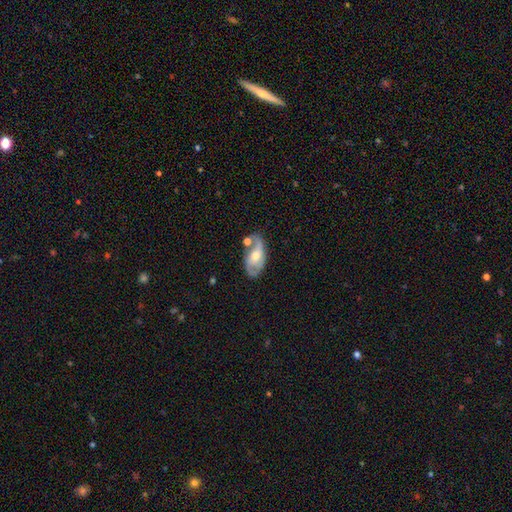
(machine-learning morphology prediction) smooth_or_featured: featured or disk (p=0.69) [alt: smooth p=0.24]
disk_edge_on: no (p=0.93) [alt: yes p=0.07]
bar: no (p=0.56) [alt: weak p=0.33]
has_spiral_arms: yes (p=0.84) [alt: no p=0.16]
spiral_winding: medium (p=0.44) [alt: loose p=0.34]
spiral_arm_count: 2 (p=0.74) [alt: can't tell p=0.12]
bulge_size: moderate (p=0.58) [alt: small p=0.36]
merging: none (p=0.51) [alt: minor disturbance p=0.21]